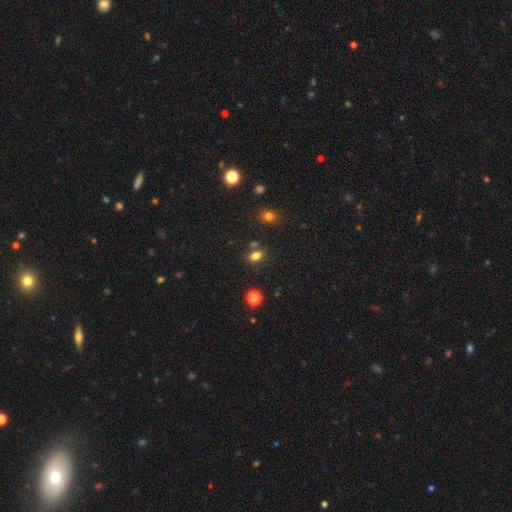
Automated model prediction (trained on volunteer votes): This appears to be a smooth galaxy with no disk features (79%) that is in between round and cigar-shaped (72%). Merging: none (73%).